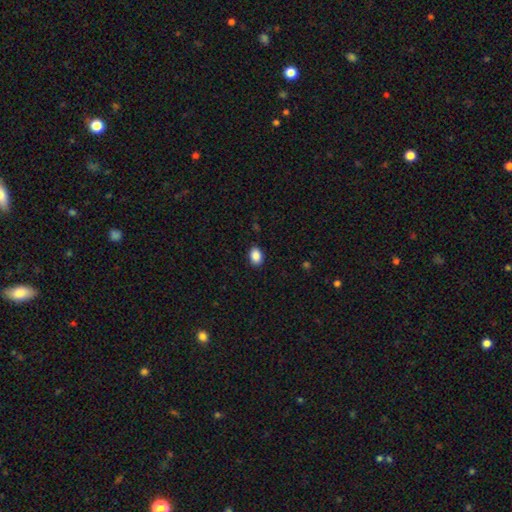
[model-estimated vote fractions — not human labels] smooth 89%, star or artifact 8%, featured or disk 3%. Down the decision tree: how rounded — in between (79%); merging — none (89%).